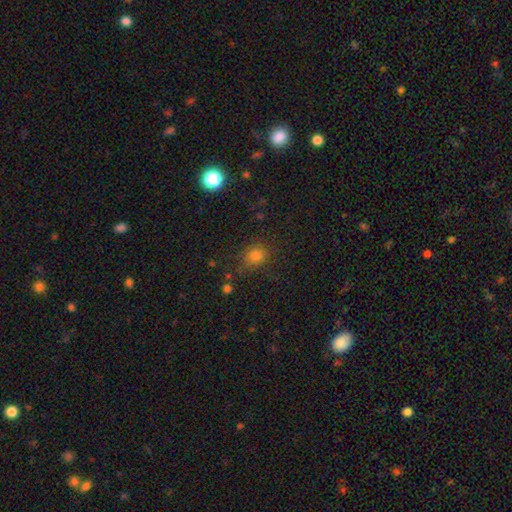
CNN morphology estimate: smooth-or-featured: smooth: 75% | star or artifact: 19% | featured or disk: 6%
  how-rounded: round: 70% | in between: 29% | cigar-shaped: 1%
  merging: none: 77% | minor disturbance: 15% | major disturbance: 5% | merger: 3%